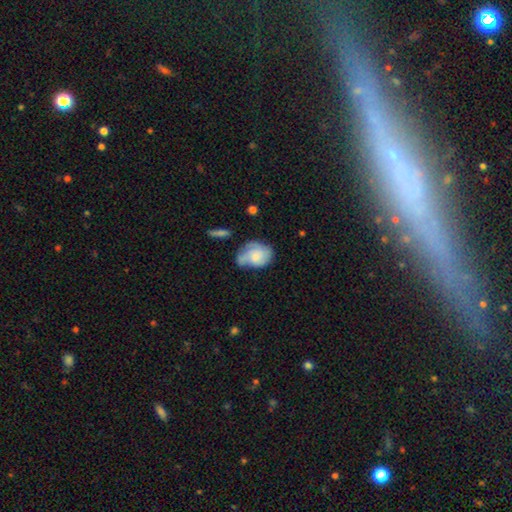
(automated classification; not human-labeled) Smooth or featured: smooth — 51% (featured or disk — 41%)
How rounded: in between — 61% (round — 38%)
Merging: none — 38% (minor disturbance — 34%)